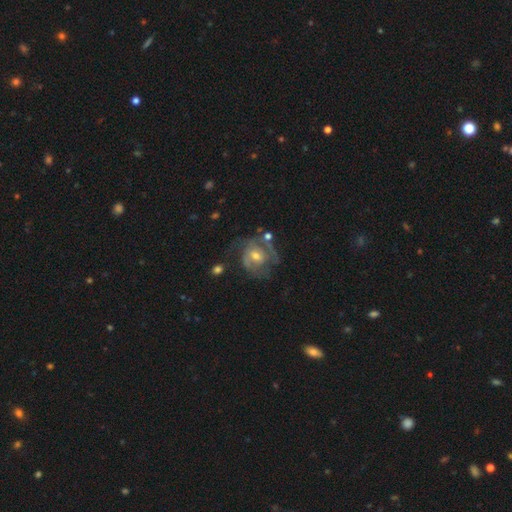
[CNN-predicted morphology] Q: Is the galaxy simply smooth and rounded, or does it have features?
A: featured or disk — 73%.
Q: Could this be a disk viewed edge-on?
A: no — 97%.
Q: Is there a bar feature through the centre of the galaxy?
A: no — 55%.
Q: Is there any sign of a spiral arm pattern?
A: yes — 82%.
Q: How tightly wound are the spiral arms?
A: medium — 42%.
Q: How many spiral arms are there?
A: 2 — 51%.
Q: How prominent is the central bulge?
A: moderate — 55%.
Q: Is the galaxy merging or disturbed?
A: none — 47%.